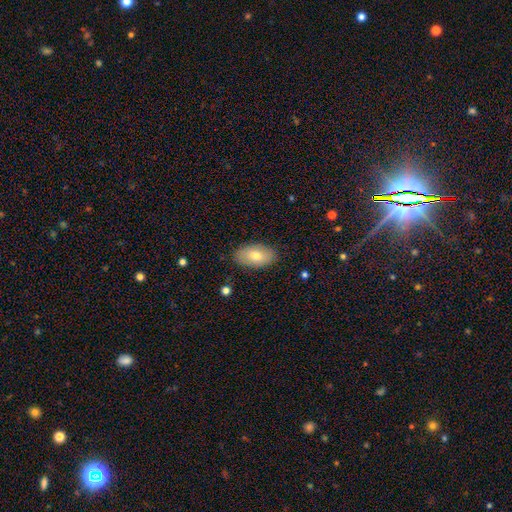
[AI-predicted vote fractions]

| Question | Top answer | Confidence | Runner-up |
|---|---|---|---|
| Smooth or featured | smooth | 74% | featured or disk (20%) |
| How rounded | in between | 93% | round (5%) |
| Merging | none | 85% | minor disturbance (11%) |